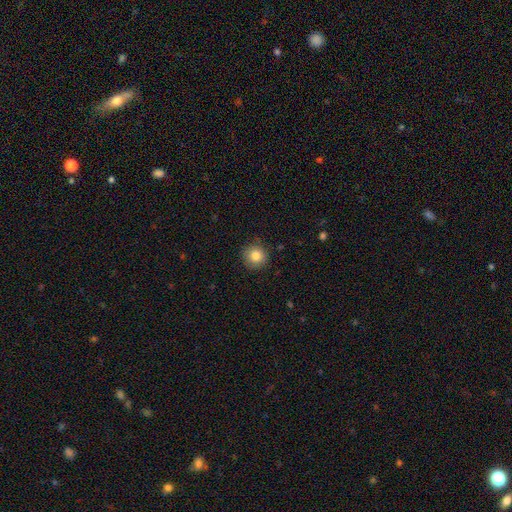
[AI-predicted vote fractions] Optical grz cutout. It shows a smooth galaxy with no disk features (84%) that is round (93%). Merging: none (88%).